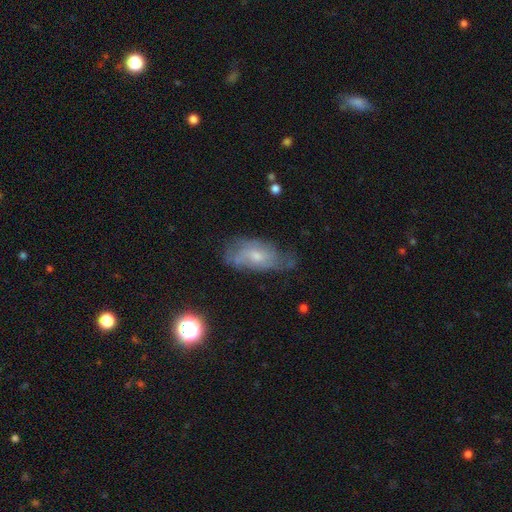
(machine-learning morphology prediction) smooth-or-featured: featured or disk: 57% | smooth: 35% | star or artifact: 9%
  disk-edge-on: no: 90% | yes: 10%
    bar: no: 71% | weak: 26% | strong: 4%
    has-spiral-arms: yes: 71% | no: 29%
    bulge-size: small: 53% | moderate: 40% | none: 4% | large: 2% | dominant: 1%
  merging: none: 53% | minor disturbance: 31% | major disturbance: 13% | merger: 2%